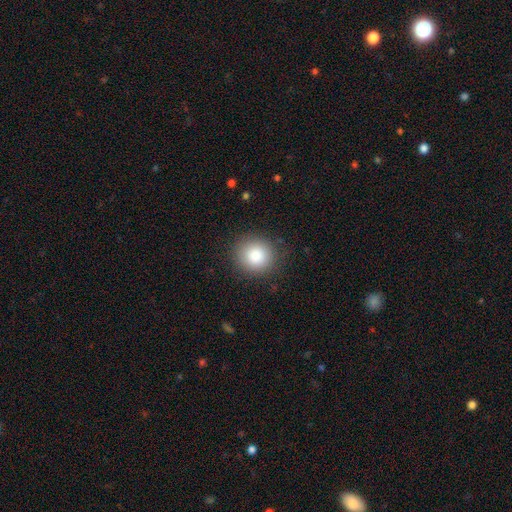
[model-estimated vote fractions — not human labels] This appears to be a smooth galaxy with no disk features (85%) that is round (92%). Merging: none (88%).